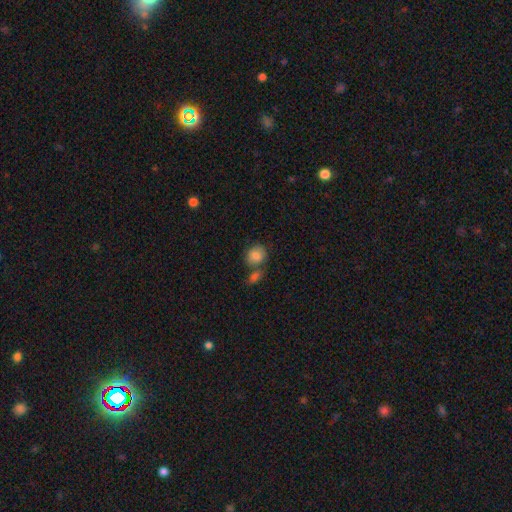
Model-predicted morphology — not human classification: Smooth or featured: smooth — 82% (featured or disk — 10%)
How rounded: round — 69% (in between — 30%)
Merging: none — 52% (merger — 32%)